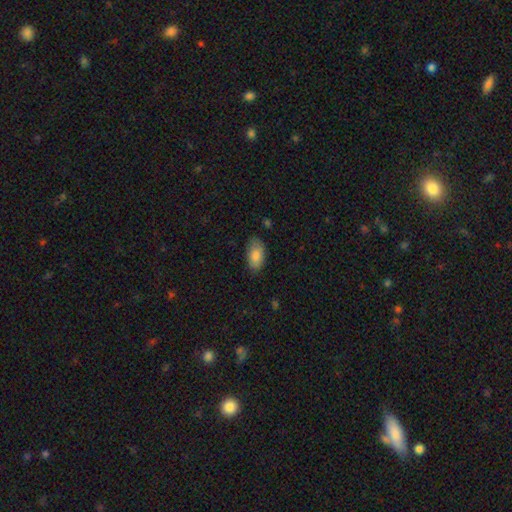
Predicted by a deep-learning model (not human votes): A smooth galaxy with no disk features (85%) that is in between round and cigar-shaped (93%). Merging: none (77%).